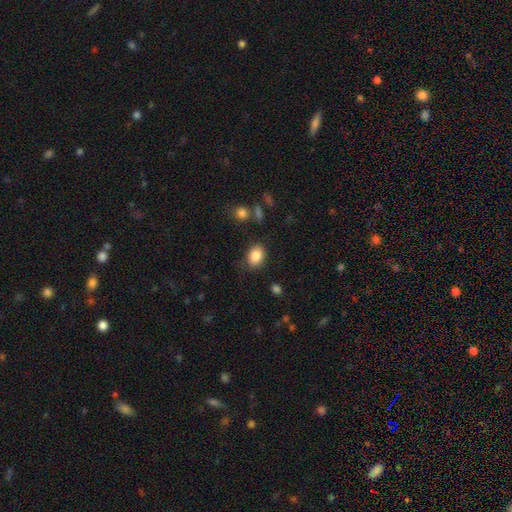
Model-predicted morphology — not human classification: Overall: smooth (86%). How rounded: in between (76%). Merging: none (79%).